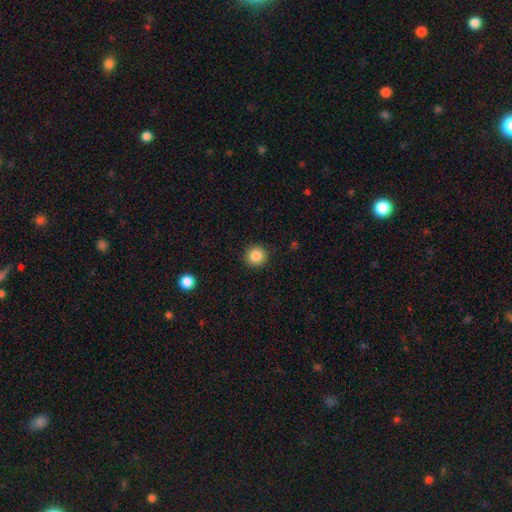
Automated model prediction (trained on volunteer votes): This appears to be a smooth galaxy with no disk features (86%) that is round (94%). Merging: none (91%).